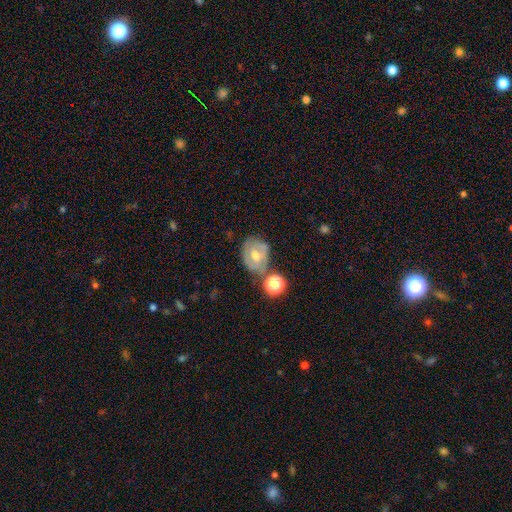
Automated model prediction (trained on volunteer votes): smooth-or-featured: featured or disk: 54% | smooth: 35% | star or artifact: 11%
  disk-edge-on: no: 95% | yes: 5%
    bar: no: 56% | weak: 33% | strong: 10%
    has-spiral-arms: yes: 56% | no: 44%
    bulge-size: moderate: 71% | small: 20% | large: 6% | none: 2% | dominant: 1%
  merging: none: 52% | minor disturbance: 22% | merger: 17% | major disturbance: 9%